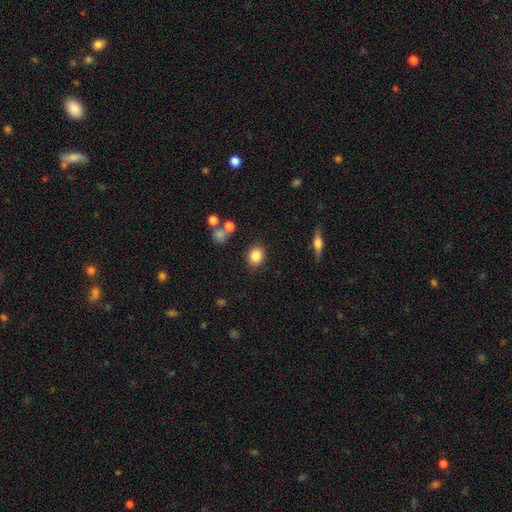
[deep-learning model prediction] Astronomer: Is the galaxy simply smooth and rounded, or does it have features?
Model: smooth — 83%.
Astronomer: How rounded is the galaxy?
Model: round — 62%.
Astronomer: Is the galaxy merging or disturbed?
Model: none — 84%.